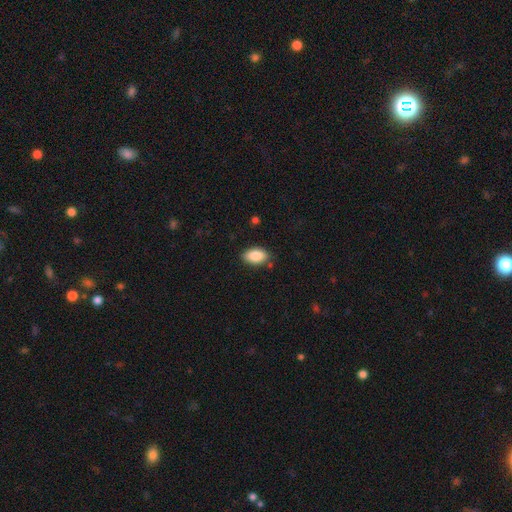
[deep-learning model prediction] A smooth galaxy with no disk features (87%) that is in between round and cigar-shaped (93%).

Vote fractions:
- Smooth or featured? smooth: 87% / star or artifact: 7% / featured or disk: 6%
- How rounded? in between: 93% / round: 5% / cigar-shaped: 2%
- Merging? none: 83% / minor disturbance: 13% / major disturbance: 3% / merger: 2%